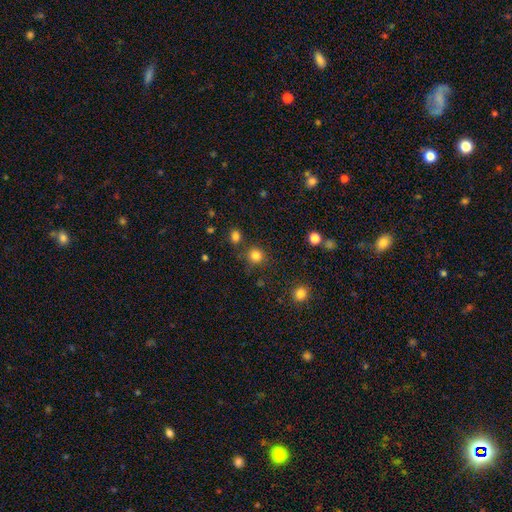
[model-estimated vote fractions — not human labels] smooth 82%, star or artifact 14%, featured or disk 5%. Down the decision tree: how rounded — round (89%); merging — none (79%).